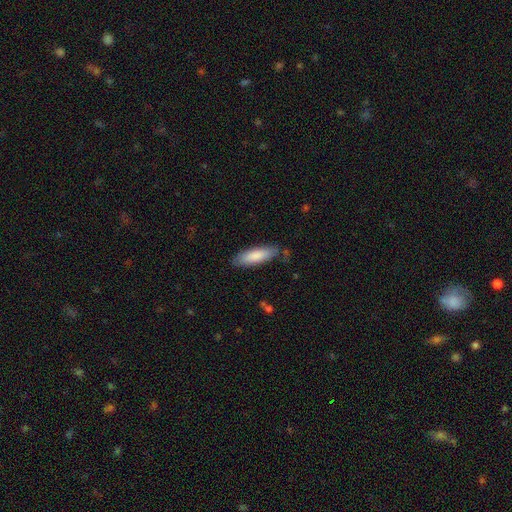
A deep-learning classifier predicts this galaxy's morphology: Smooth or featured? smooth (84%)
How rounded? cigar-shaped (51%)
Merging? none (78%)